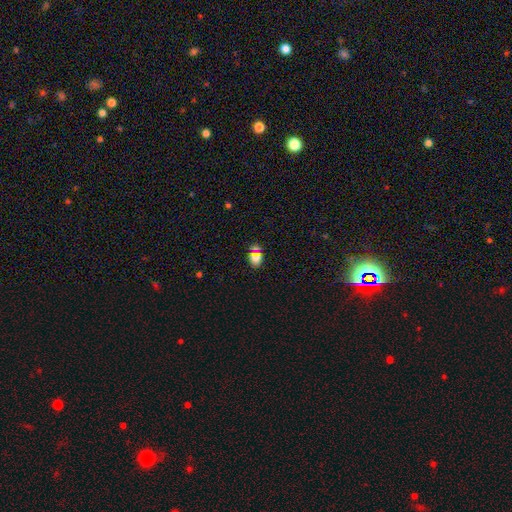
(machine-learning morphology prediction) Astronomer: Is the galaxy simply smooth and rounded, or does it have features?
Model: smooth — 72%.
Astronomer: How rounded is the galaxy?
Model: in between — 65%.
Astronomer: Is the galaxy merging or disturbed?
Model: none — 69%.